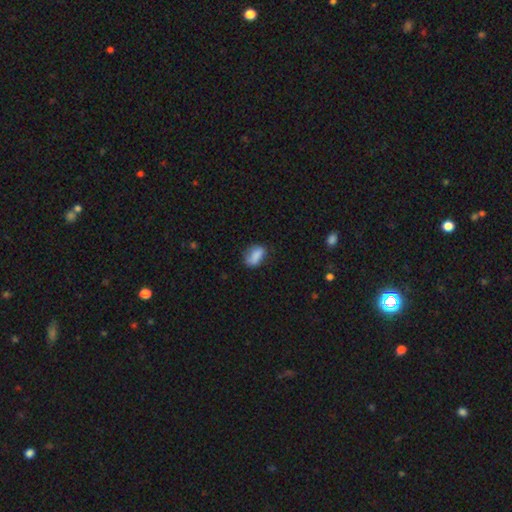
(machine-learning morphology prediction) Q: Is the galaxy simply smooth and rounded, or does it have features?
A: smooth — 82%.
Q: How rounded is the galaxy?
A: in between — 84%.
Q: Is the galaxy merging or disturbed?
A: none — 60%.